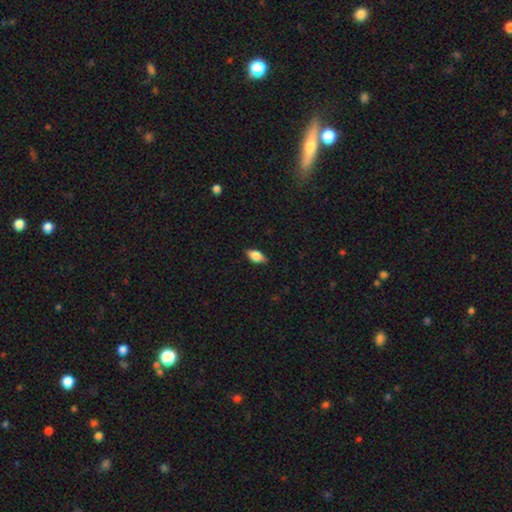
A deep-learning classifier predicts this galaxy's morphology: Smooth or featured: smooth — 78% (featured or disk — 15%)
How rounded: in between — 88% (cigar-shaped — 7%)
Merging: none — 85% (minor disturbance — 12%)